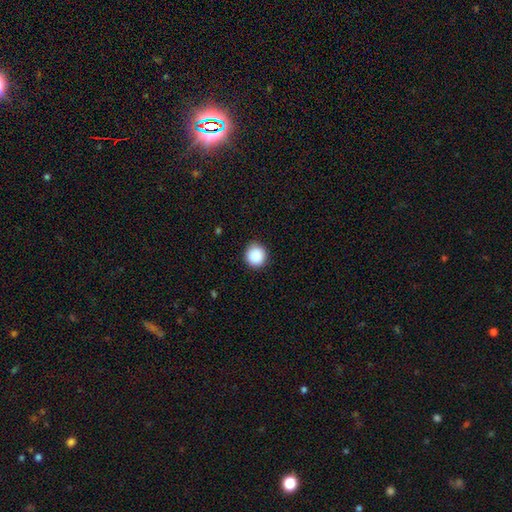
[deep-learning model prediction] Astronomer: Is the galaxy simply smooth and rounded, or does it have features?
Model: smooth — 89%.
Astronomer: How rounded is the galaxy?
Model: round — 94%.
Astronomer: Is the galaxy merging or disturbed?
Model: none — 89%.